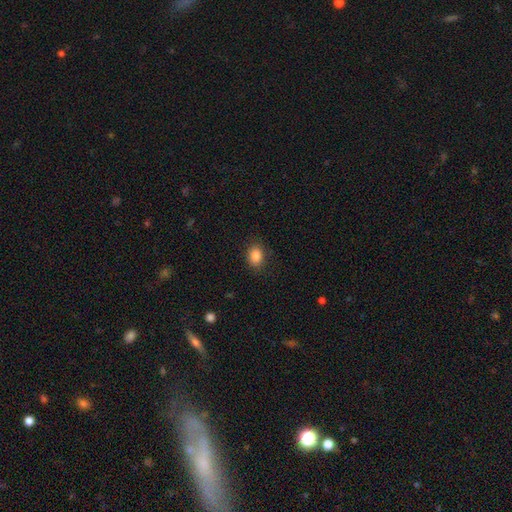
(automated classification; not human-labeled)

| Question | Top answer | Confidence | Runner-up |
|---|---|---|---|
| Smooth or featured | smooth | 85% | star or artifact (10%) |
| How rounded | in between | 61% | round (38%) |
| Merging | none | 86% | minor disturbance (10%) |